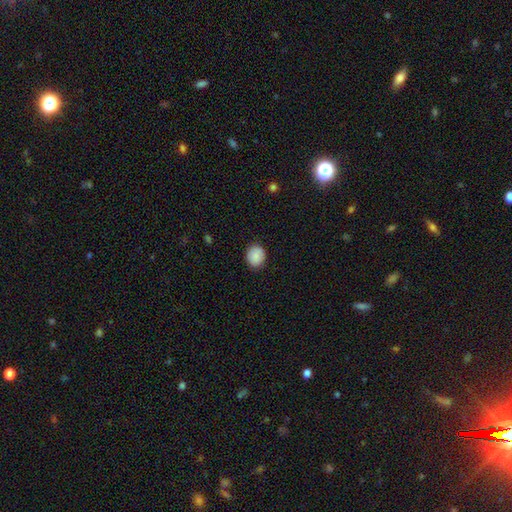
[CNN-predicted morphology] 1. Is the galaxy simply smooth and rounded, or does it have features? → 87% smooth, 7% star or artifact, 6% featured or disk.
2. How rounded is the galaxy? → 69% round, 30% in between, 1% cigar-shaped.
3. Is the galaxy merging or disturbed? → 87% none, 10% minor disturbance, 2% major disturbance, 1% merger.